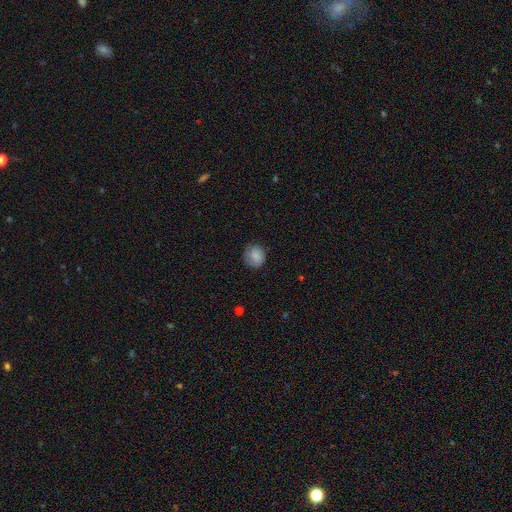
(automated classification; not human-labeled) This appears to be a smooth galaxy with no disk features (81%) that is round (82%). Merging: none (77%).